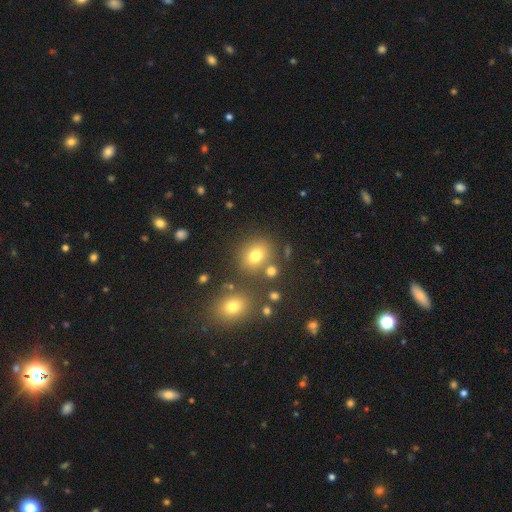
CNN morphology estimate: A smooth galaxy with no disk features (74%) that is round (66%). Merging: none (74%).